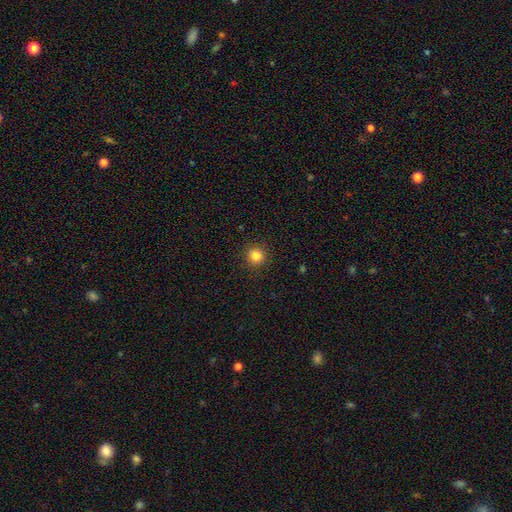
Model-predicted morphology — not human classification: A smooth galaxy with no disk features (84%) that is round (93%).

Vote fractions:
- Smooth or featured? smooth: 84% / star or artifact: 12% / featured or disk: 4%
- How rounded? round: 93% / in between: 6% / cigar-shaped: 1%
- Merging? none: 92% / minor disturbance: 5% / major disturbance: 2% / merger: 1%